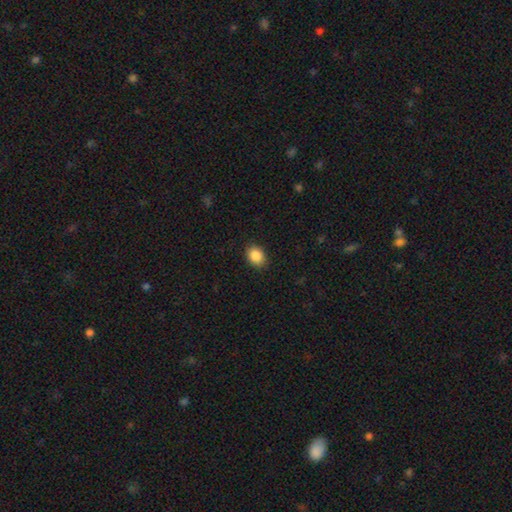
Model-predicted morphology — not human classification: Smooth or featured? Predicted: smooth (p=0.88). How rounded? Predicted: in between (p=0.57). Merging? Predicted: none (p=0.88).